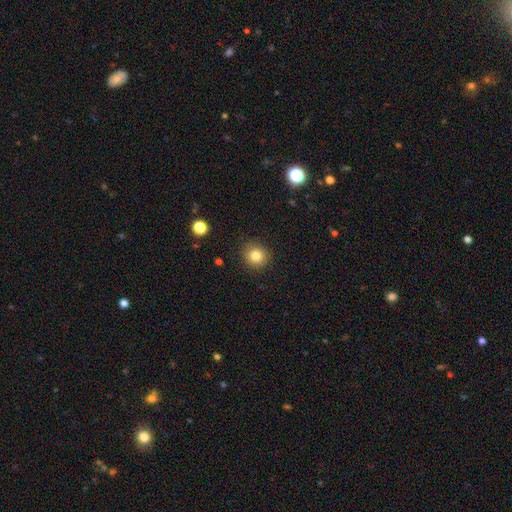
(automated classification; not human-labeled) Q: Smooth or featured?
A: smooth (82%); runner-up: star or artifact (11%)
Q: How rounded?
A: round (89%); runner-up: in between (10%)
Q: Merging?
A: none (90%); runner-up: minor disturbance (7%)